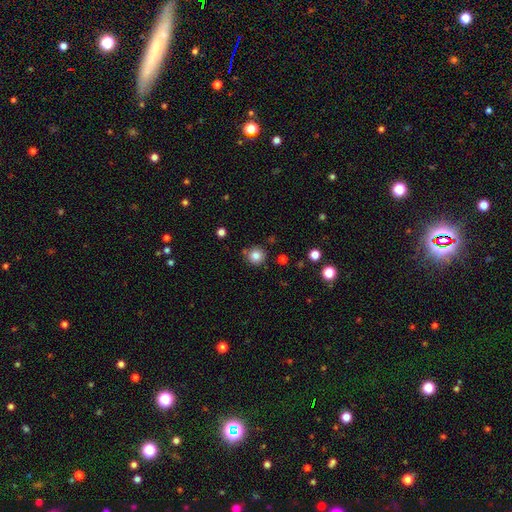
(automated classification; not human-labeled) Smooth or featured? smooth (83%)
How rounded? round (93%)
Merging? none (82%)